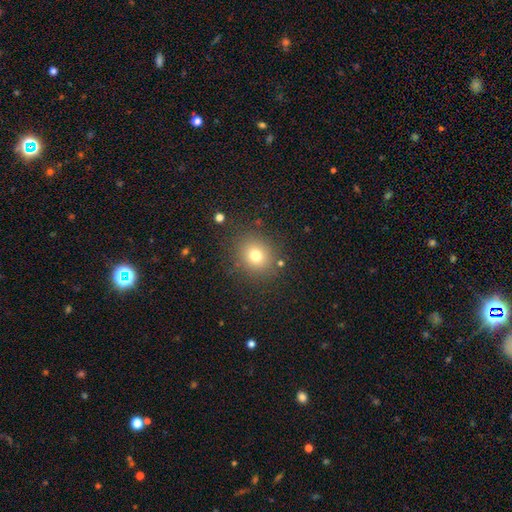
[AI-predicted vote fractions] Overall: smooth (74%). How rounded: round (76%). Merging: none (85%).